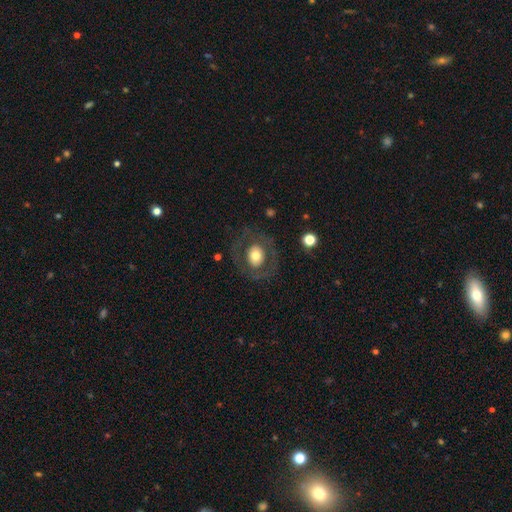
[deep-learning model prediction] Morphology: type=smooth (54%); roundness=round (62%); merging=none (77%).